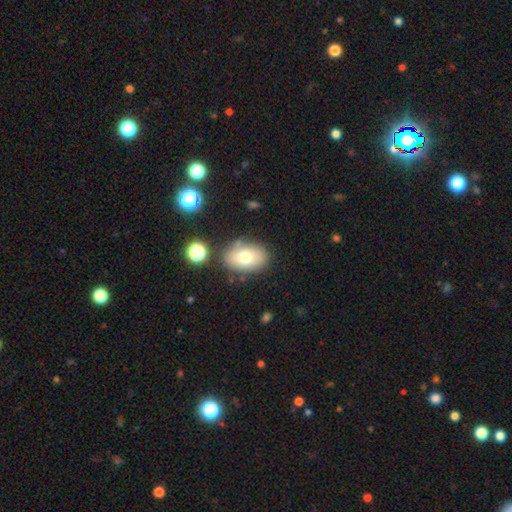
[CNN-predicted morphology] This is possibly a smooth galaxy (53%). How rounded: likely in between (71%). Merging: clearly none (81%).